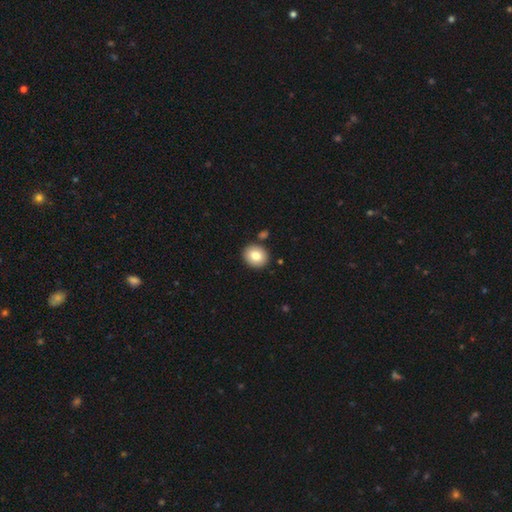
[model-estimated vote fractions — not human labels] Q: Smooth or featured?
A: smooth (82%); runner-up: featured or disk (10%)
Q: How rounded?
A: round (77%); runner-up: in between (22%)
Q: Merging?
A: none (86%); runner-up: minor disturbance (7%)